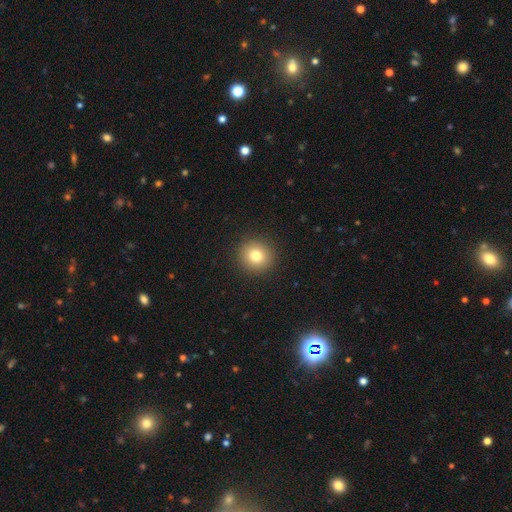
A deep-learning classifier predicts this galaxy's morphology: Q: Smooth or featured?
A: smooth (79%); runner-up: star or artifact (12%)
Q: How rounded?
A: round (93%); runner-up: in between (6%)
Q: Merging?
A: none (92%); runner-up: minor disturbance (5%)